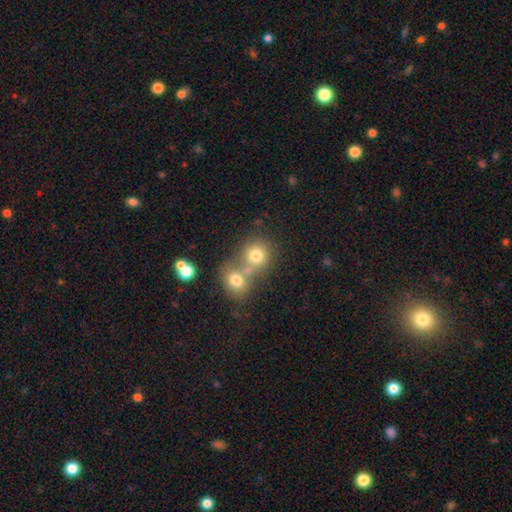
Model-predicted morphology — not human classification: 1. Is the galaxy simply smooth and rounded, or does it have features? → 76% smooth, 13% star or artifact, 11% featured or disk.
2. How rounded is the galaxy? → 82% round, 17% in between, 1% cigar-shaped.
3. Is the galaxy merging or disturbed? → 48% merger, 41% none, 7% minor disturbance, 4% major disturbance.